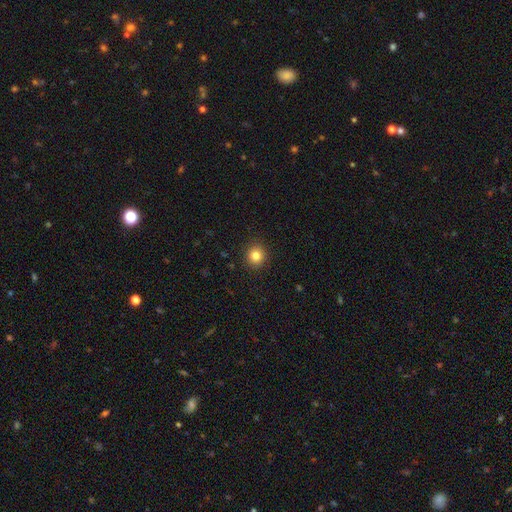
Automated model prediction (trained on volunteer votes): Smooth or featured? smooth (82%)
How rounded? round (88%)
Merging? none (91%)